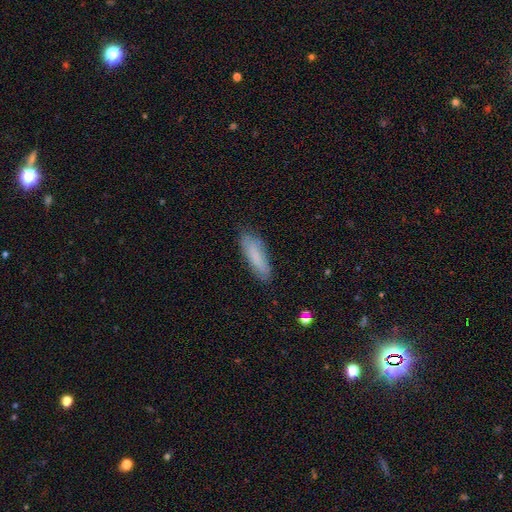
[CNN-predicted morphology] smooth 78%, featured or disk 15%, star or artifact 7%. Down the decision tree: how rounded — cigar-shaped (53%); merging — none (80%).